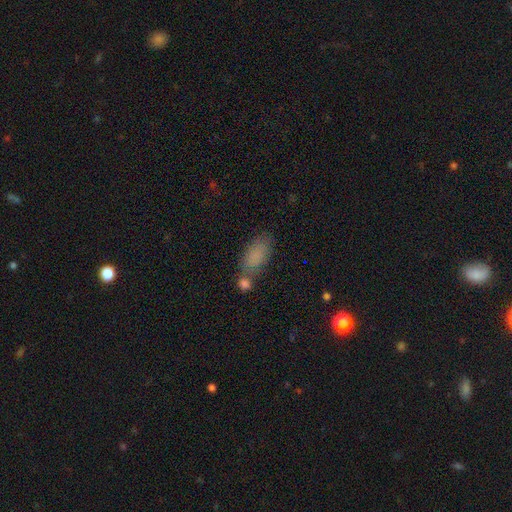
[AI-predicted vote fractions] smooth-or-featured: smooth: 83% | star or artifact: 9% | featured or disk: 8%
  how-rounded: in between: 88% | cigar-shaped: 8% | round: 4%
  merging: none: 55% | merger: 22% | minor disturbance: 17% | major disturbance: 6%